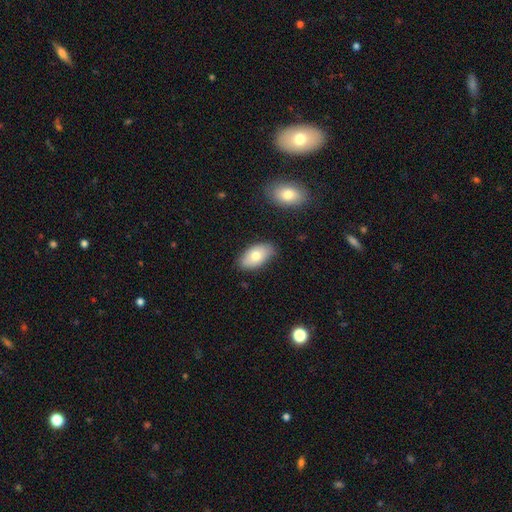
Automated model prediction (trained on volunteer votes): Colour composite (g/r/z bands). It shows a smooth galaxy with no disk features (74%) that is in between round and cigar-shaped (94%). Merging: none (79%).